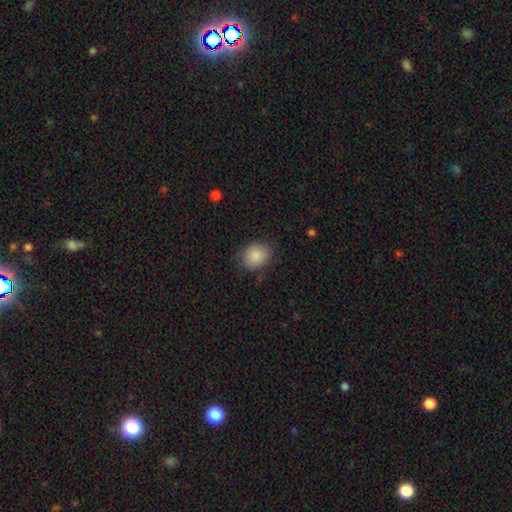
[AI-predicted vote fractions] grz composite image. It shows a smooth galaxy with no disk features (85%) that is round (50%). Merging: none (78%).